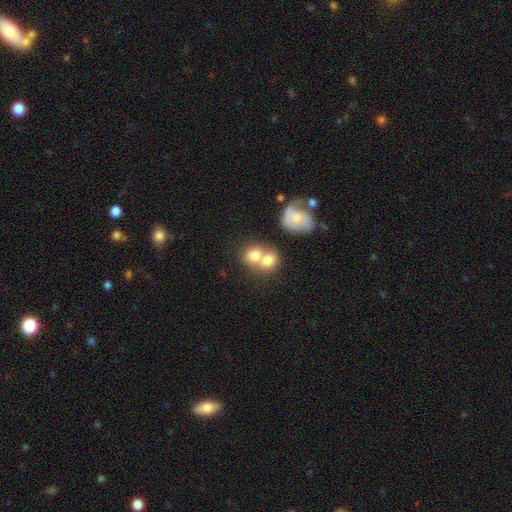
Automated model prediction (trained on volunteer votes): This appears to be a smooth galaxy with no disk features (71%) that is round (60%). Merging: merger (66%).